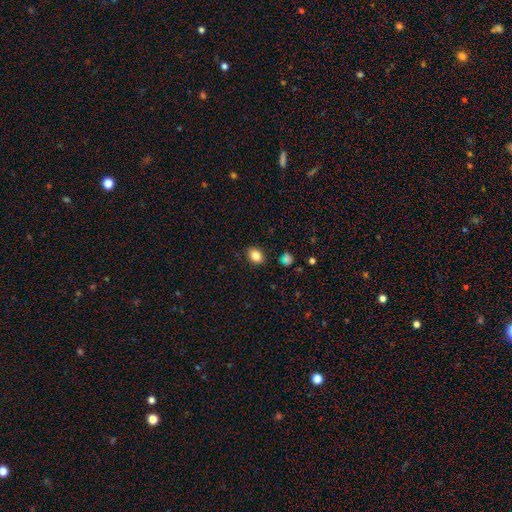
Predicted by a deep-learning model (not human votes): Smooth or featured?
  - smooth: 84% *
  - star or artifact: 10%
  - featured or disk: 6%
How rounded?
  - in between: 67% *
  - round: 32%
  - cigar-shaped: 1%
Merging?
  - none: 87% *
  - minor disturbance: 9%
  - major disturbance: 2%
  - merger: 2%